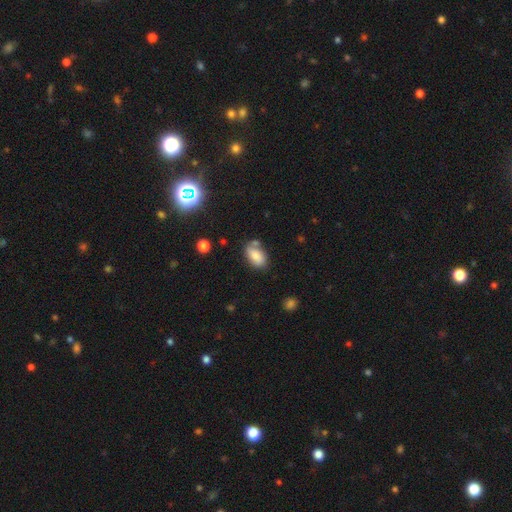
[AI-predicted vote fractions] A smooth galaxy with no disk features (80%) that is in between round and cigar-shaped (91%). Merging: none (57%).